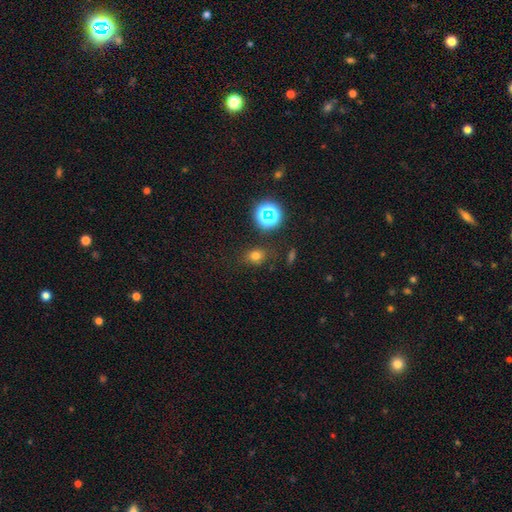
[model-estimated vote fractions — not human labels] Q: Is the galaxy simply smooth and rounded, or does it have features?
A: smooth — 69%.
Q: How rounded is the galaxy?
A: round — 56%.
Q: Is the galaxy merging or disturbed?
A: none — 80%.